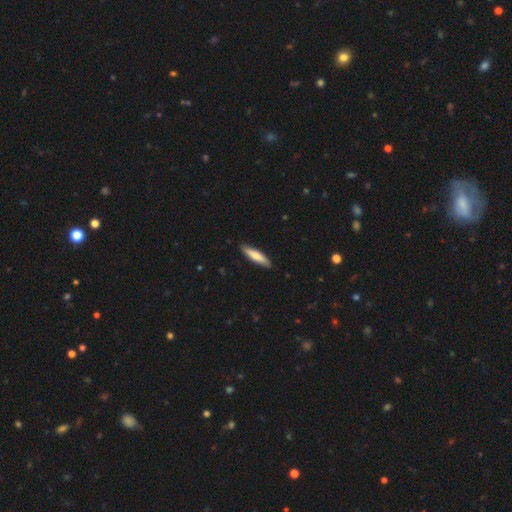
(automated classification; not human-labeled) This appears to be a smooth galaxy with no disk features (72%) that is cigar-shaped (79%). Merging: none (88%).